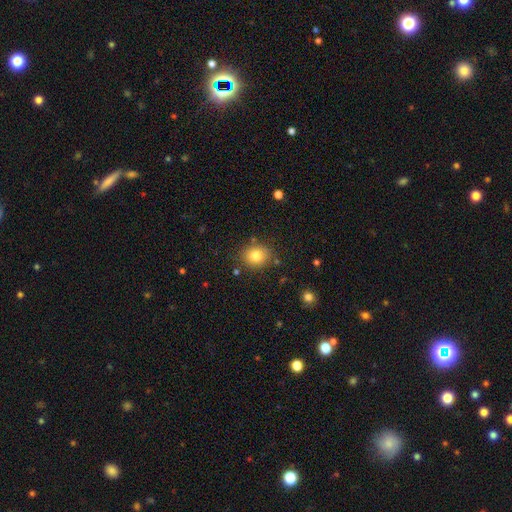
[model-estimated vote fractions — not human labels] Q: Smooth or featured?
A: smooth (80%); runner-up: star or artifact (11%)
Q: How rounded?
A: round (66%); runner-up: in between (33%)
Q: Merging?
A: none (84%); runner-up: minor disturbance (10%)